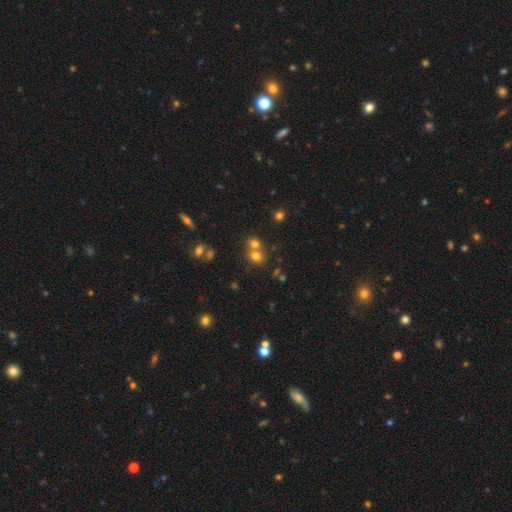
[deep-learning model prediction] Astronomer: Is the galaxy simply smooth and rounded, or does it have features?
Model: smooth — 71%.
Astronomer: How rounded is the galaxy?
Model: round — 74%.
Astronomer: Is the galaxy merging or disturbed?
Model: merger — 47% (runner-up: none, 43%).